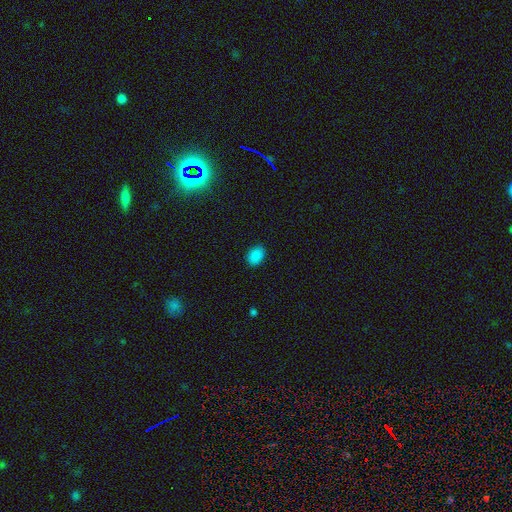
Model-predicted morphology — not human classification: Q: Smooth or featured?
A: smooth (87%); runner-up: star or artifact (10%)
Q: How rounded?
A: in between (74%); runner-up: round (25%)
Q: Merging?
A: none (88%); runner-up: minor disturbance (8%)